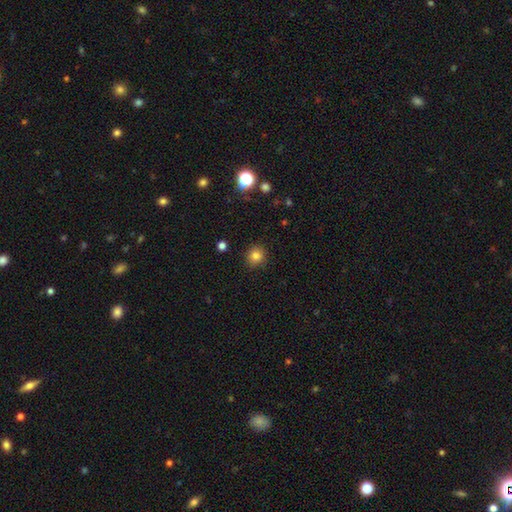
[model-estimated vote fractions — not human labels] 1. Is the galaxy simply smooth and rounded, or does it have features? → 82% smooth, 12% star or artifact, 5% featured or disk.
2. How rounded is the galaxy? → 87% round, 12% in between, 1% cigar-shaped.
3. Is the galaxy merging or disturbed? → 88% none, 8% minor disturbance, 2% major disturbance, 1% merger.